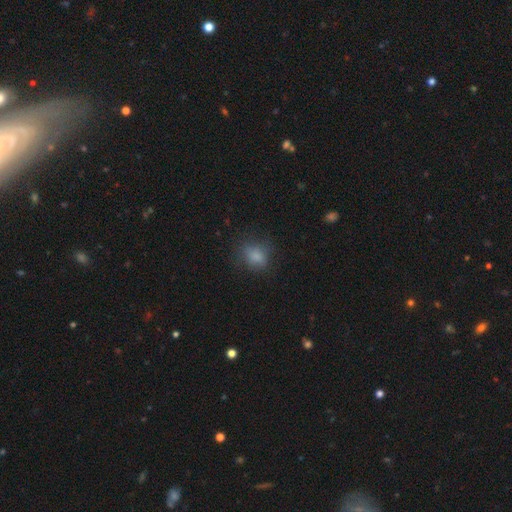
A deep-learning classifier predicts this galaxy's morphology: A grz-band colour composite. It shows a smooth galaxy with no disk features (80%) that is round (55%). Merging: none (68%).